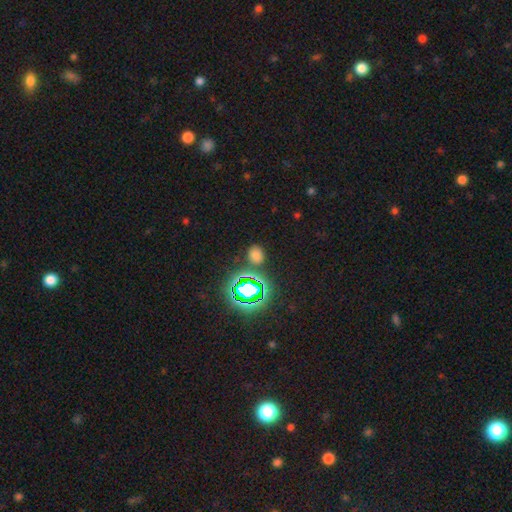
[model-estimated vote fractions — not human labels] smooth 61%, star or artifact 32%, featured or disk 6%. Down the decision tree: how rounded — round (60%); merging — none (82%).